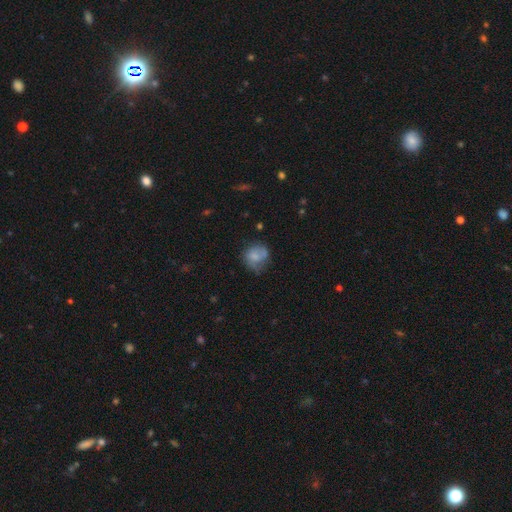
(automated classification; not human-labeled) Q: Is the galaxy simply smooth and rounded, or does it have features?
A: smooth — 67%.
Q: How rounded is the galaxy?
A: round — 68%.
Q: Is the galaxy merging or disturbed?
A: none — 42%.